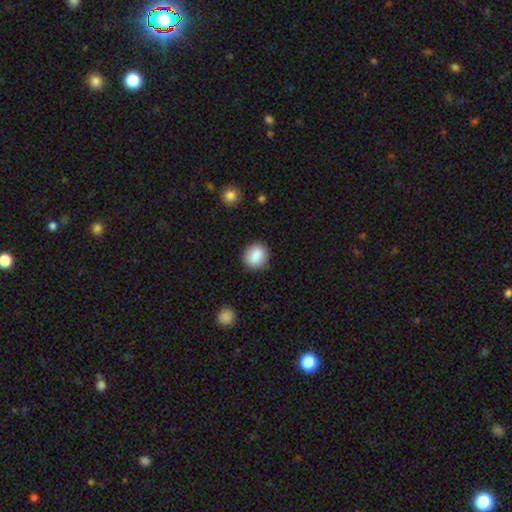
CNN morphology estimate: Smooth or featured?
  - smooth: 87% *
  - star or artifact: 8%
  - featured or disk: 5%
How rounded?
  - round: 68% *
  - in between: 31%
  - cigar-shaped: 1%
Merging?
  - none: 85% *
  - minor disturbance: 11%
  - major disturbance: 3%
  - merger: 1%